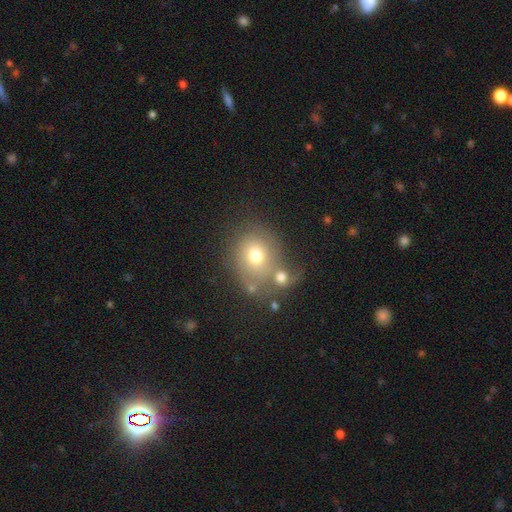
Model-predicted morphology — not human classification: Overall: smooth (67%). How rounded: round (71%). Merging: none (41%; merger 36%).